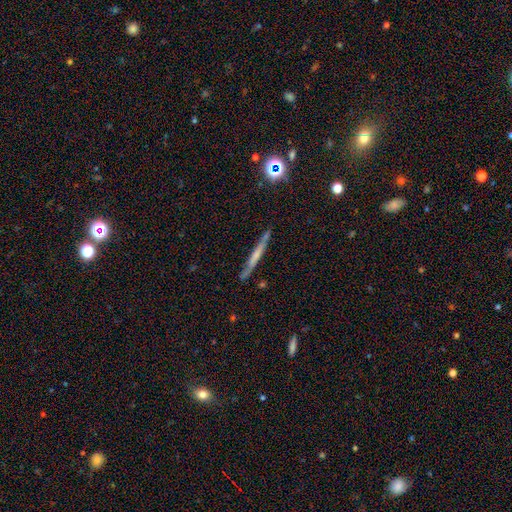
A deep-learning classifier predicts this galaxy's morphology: A featured or disk galaxy (50%) viewed edge-on (94%).

Vote fractions:
- Smooth or featured? featured or disk: 50% / smooth: 42% / star or artifact: 8%
- Edge-on disk? yes: 94% / no: 6%
- Merging? none: 84% / minor disturbance: 12% / merger: 2% / major disturbance: 2%